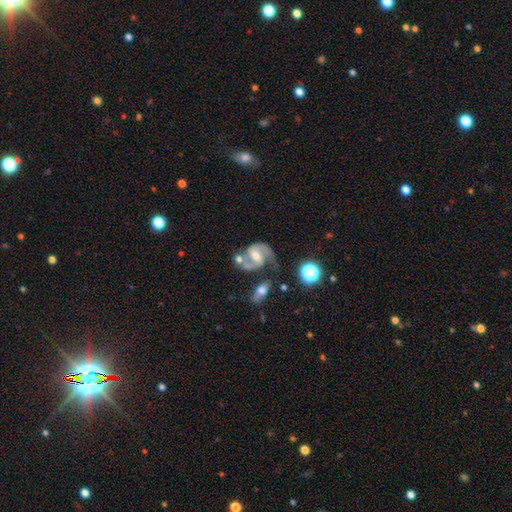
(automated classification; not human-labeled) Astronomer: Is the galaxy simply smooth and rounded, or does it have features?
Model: featured or disk — 85%.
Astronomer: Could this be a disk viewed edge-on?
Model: no — 97%.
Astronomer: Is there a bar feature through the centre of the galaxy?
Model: weak — 45% (runner-up: no, 28%).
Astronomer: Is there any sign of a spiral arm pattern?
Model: yes — 95%.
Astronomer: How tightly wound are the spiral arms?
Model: medium — 56%.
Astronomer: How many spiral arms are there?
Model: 2 — 85%.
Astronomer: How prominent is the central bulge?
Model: moderate — 63%.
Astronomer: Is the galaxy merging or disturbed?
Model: none — 45% (runner-up: merger, 23%).